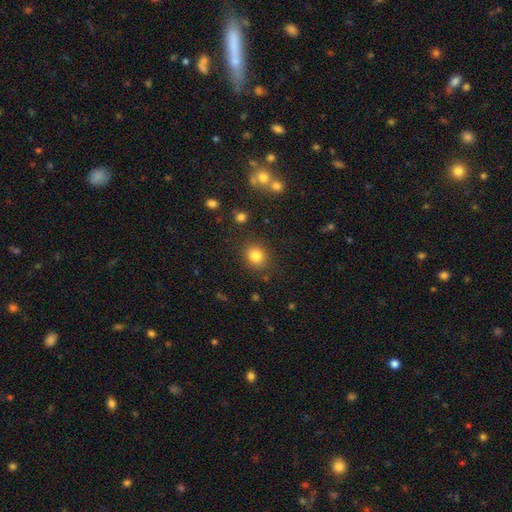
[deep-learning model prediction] Smooth or featured?
  - smooth: 82% *
  - star or artifact: 12%
  - featured or disk: 6%
How rounded?
  - round: 75% *
  - in between: 24%
  - cigar-shaped: 1%
Merging?
  - none: 85% *
  - minor disturbance: 9%
  - major disturbance: 3%
  - merger: 2%